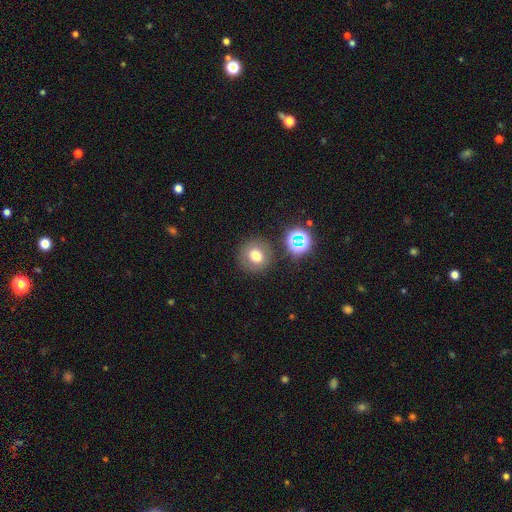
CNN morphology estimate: The model was most divided on "smooth or featured": smooth: 71%, star or artifact: 17%, featured or disk: 13%. More confident: how rounded — round (90%); merging — none (84%).